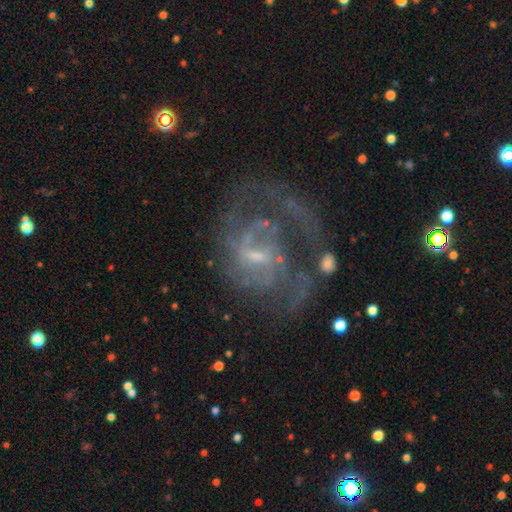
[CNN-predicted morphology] featured or disk 81%, smooth 10%, star or artifact 9%. Down the decision tree: edge-on disk — no (98%); bar — weak (53%); spiral arms — yes (82%); spiral arm count — can't tell (32%); spiral winding — medium (43%); bulge size — small (61%); merging — none (39%).